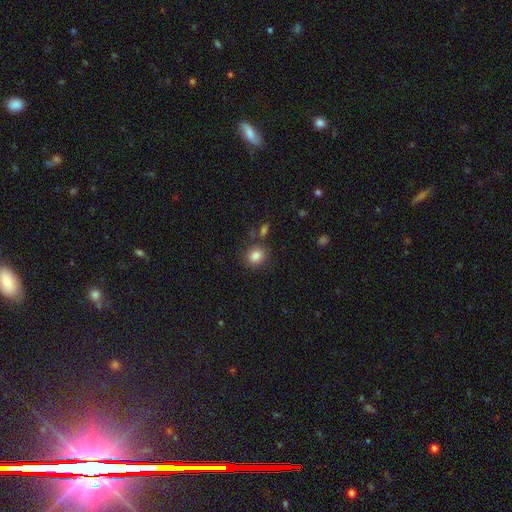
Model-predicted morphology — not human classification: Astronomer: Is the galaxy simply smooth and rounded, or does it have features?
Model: smooth — 85%.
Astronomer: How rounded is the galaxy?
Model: round — 62%.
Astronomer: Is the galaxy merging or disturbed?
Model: none — 78%.